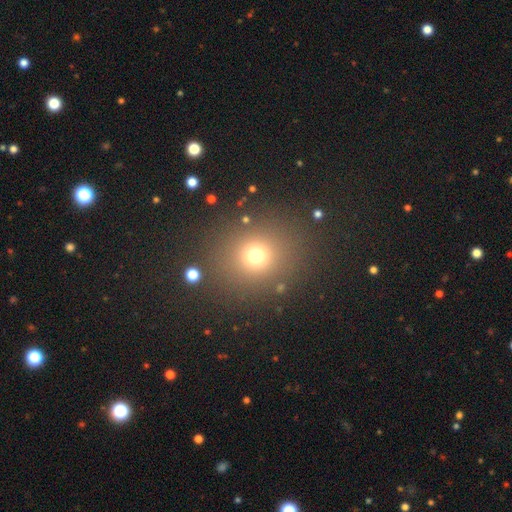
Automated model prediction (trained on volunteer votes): A smooth galaxy with no disk features (70%) that is round (80%). Merging: none (84%).